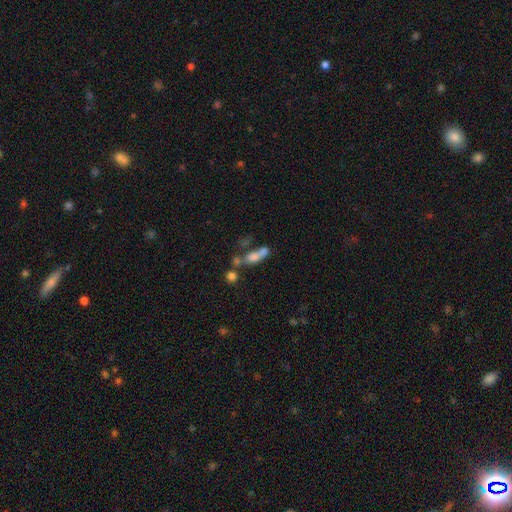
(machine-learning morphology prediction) smooth_or_featured: smooth (p=0.59) [alt: featured or disk p=0.27]
how_rounded: in between (p=0.52) [alt: cigar-shaped p=0.36]
merging: merger (p=0.43) [alt: none p=0.27]